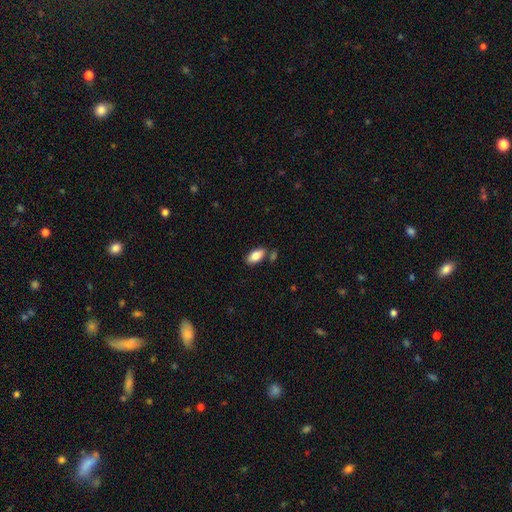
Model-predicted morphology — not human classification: type=smooth (83%); roundness=in between (92%); merging=none (75%).